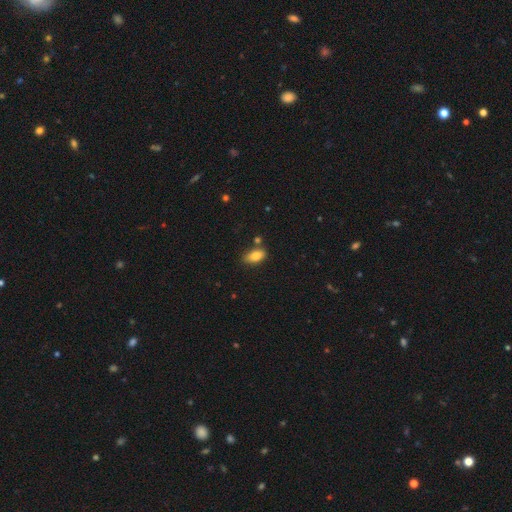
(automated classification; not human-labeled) smooth_or_featured: smooth (p=0.83) [alt: featured or disk p=0.09]
how_rounded: in between (p=0.89) [alt: cigar-shaped p=0.06]
merging: none (p=0.72) [alt: minor disturbance p=0.18]